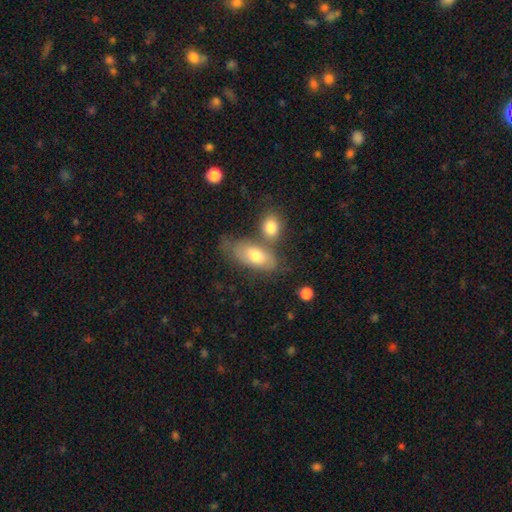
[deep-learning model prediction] Overall: smooth (68%). How rounded: in between (87%). Merging: none (43%; merger 32%).